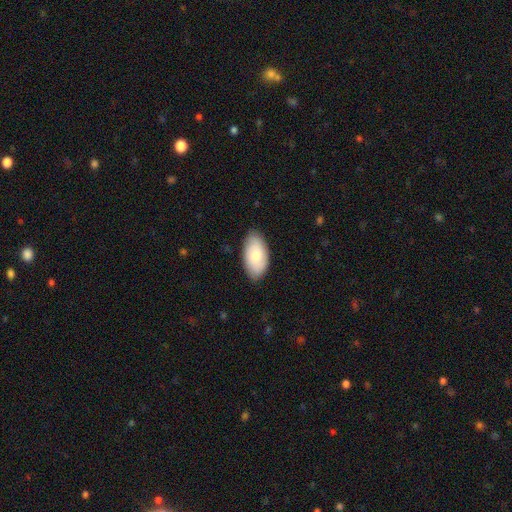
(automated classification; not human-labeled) Smooth or featured? Predicted: smooth (p=0.73). How rounded? Predicted: in between (p=0.95). Merging? Predicted: none (p=0.82).